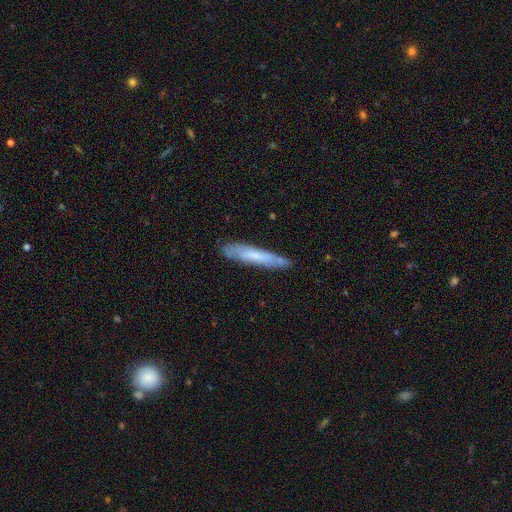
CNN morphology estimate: Smooth or featured? Predicted: smooth (p=0.56). How rounded? Predicted: cigar-shaped (p=0.90). Merging? Predicted: none (p=0.76).